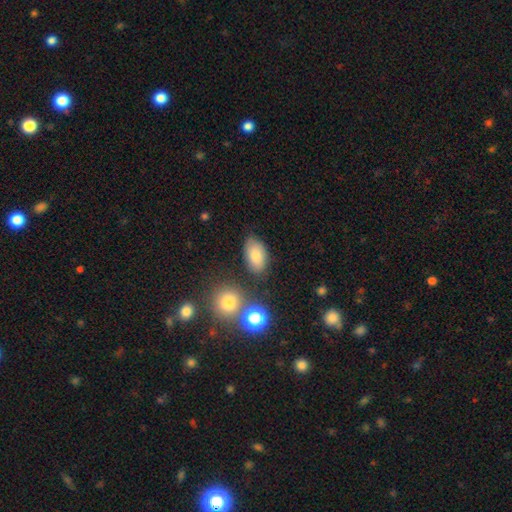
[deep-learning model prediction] smooth 82%, featured or disk 10%, star or artifact 9%. Down the decision tree: how rounded — in between (91%); merging — none (76%).